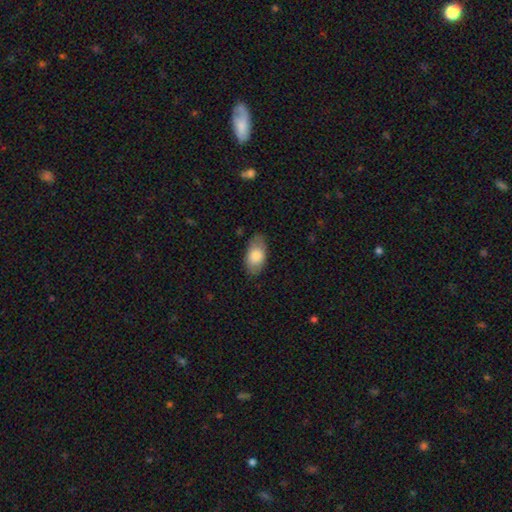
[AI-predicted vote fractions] A smooth galaxy with no disk features (79%) that is in between round and cigar-shaped (93%).

Vote fractions:
- Smooth or featured? smooth: 79% / featured or disk: 15% / star or artifact: 6%
- How rounded? in between: 93% / round: 5% / cigar-shaped: 2%
- Merging? none: 78% / minor disturbance: 17% / major disturbance: 4% / merger: 1%